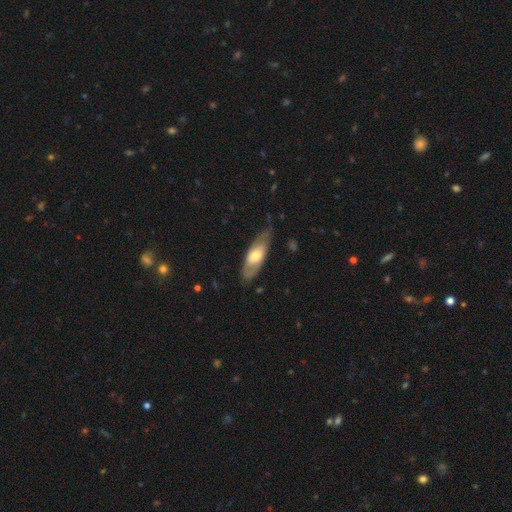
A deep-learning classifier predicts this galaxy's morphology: smooth-or-featured: featured or disk: 49% | smooth: 46% | star or artifact: 5%
  merging: none: 63% | minor disturbance: 27% | major disturbance: 8% | merger: 2%